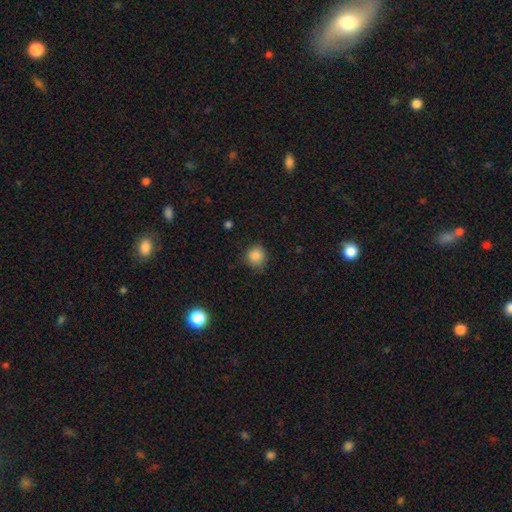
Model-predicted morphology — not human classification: Overall: smooth (87%). How rounded: round (86%). Merging: none (75%).